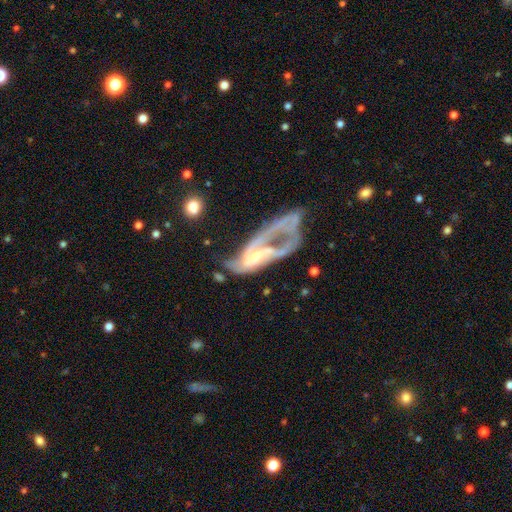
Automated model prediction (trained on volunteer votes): Smooth or featured? featured or disk (77%)
Edge-on disk? no (93%)
Bar? no (65%)
Spiral arms? yes (65%)
Bulge size? small (55%)
Merging? major disturbance (57%)